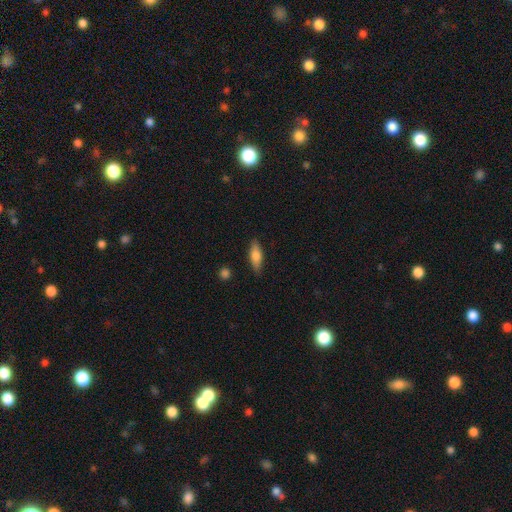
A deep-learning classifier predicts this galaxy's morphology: Overall: smooth (71%). How rounded: in between (54%; cigar-shaped 44%). Merging: none (84%).